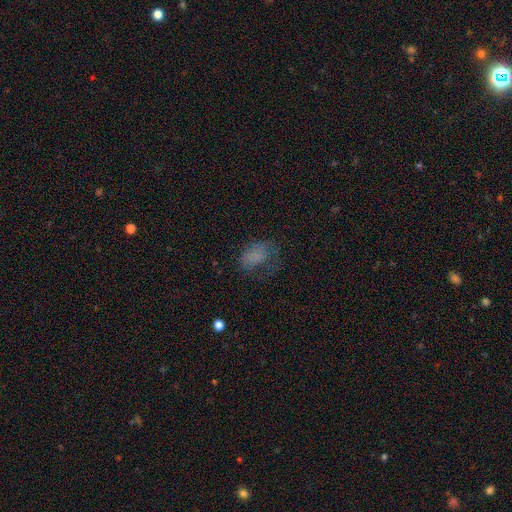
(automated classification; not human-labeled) Q: Smooth or featured?
A: smooth (66%); runner-up: featured or disk (17%)
Q: How rounded?
A: in between (82%); runner-up: round (16%)
Q: Merging?
A: none (37%); runner-up: major disturbance (35%)